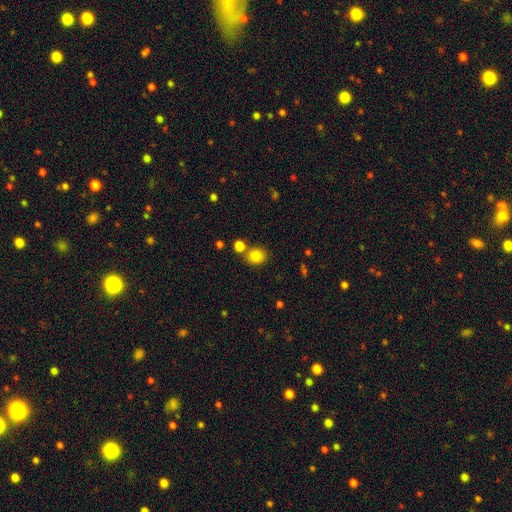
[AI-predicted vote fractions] Q: Smooth or featured?
A: smooth (83%); runner-up: star or artifact (11%)
Q: How rounded?
A: round (74%); runner-up: in between (25%)
Q: Merging?
A: none (69%); runner-up: merger (19%)